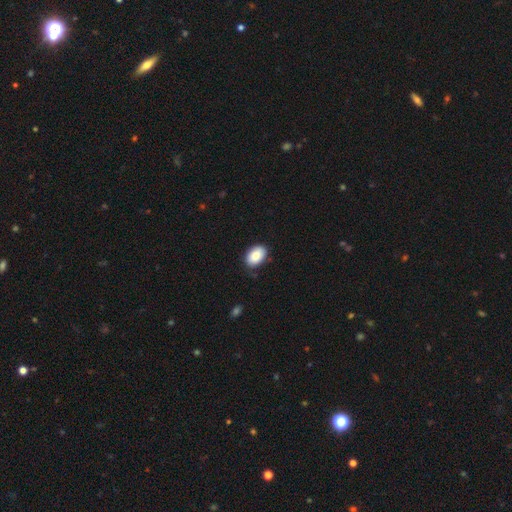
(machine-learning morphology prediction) Smooth or featured? Predicted: smooth (p=0.84). How rounded? Predicted: in between (p=0.84). Merging? Predicted: none (p=0.80).